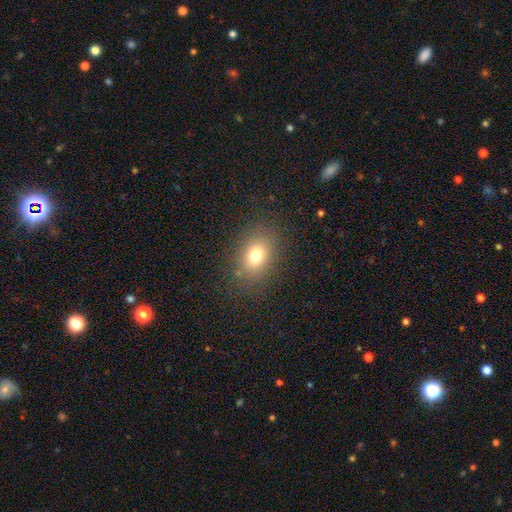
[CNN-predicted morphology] A smooth galaxy with no disk features (75%) that is in between round and cigar-shaped (70%). Merging: none (83%).